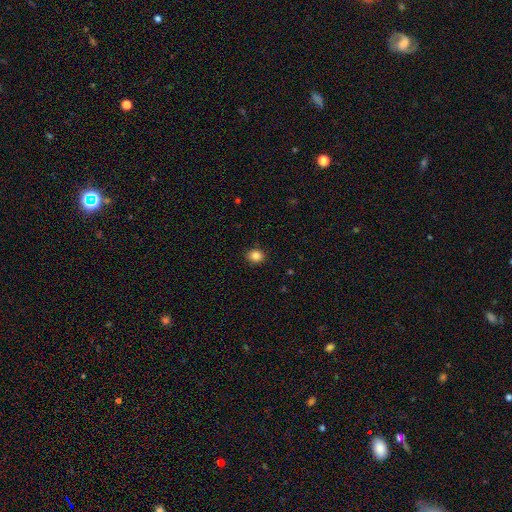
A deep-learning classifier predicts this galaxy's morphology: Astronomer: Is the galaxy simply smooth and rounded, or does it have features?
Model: smooth — 86%.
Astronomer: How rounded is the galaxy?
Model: round — 70%.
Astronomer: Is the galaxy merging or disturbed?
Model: none — 90%.